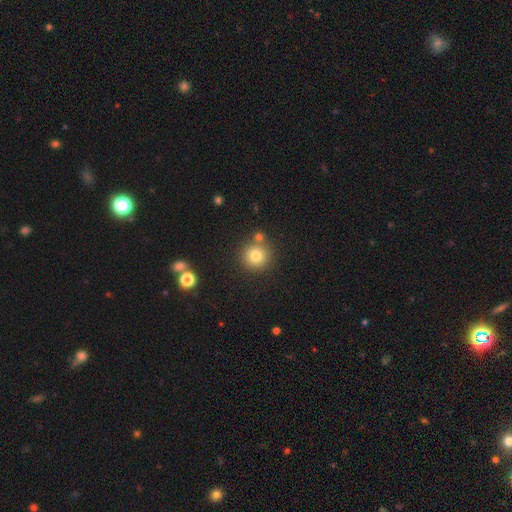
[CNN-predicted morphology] smooth_or_featured: smooth (p=0.78) [alt: star or artifact p=0.13]
how_rounded: round (p=0.94) [alt: in between p=0.05]
merging: none (p=0.78) [alt: merger p=0.12]